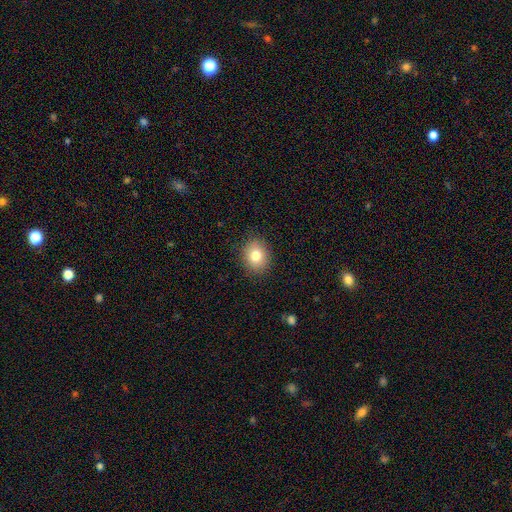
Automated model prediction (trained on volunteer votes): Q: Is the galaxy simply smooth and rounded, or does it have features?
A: smooth — 80%.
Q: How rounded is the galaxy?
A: round — 56%.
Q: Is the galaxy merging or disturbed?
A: none — 88%.